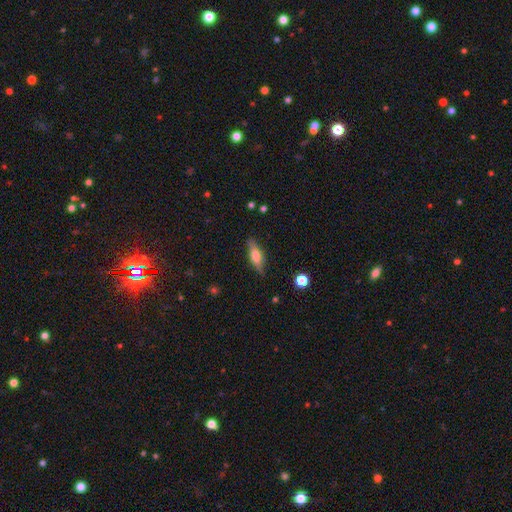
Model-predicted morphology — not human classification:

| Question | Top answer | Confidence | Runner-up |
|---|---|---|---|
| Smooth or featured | smooth | 56% | featured or disk (37%) |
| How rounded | cigar-shaped | 50% | in between (47%) |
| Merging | none | 83% | minor disturbance (13%) |